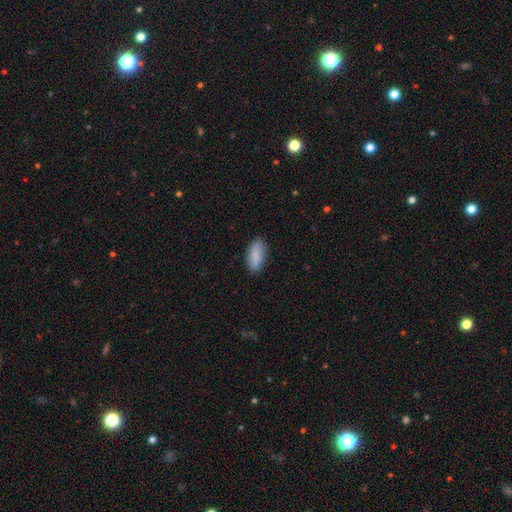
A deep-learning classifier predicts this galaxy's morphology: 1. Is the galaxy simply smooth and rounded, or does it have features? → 87% smooth, 7% featured or disk, 6% star or artifact.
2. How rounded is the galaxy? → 85% in between, 13% cigar-shaped, 2% round.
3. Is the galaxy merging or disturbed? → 84% none, 12% minor disturbance, 2% major disturbance, 1% merger.